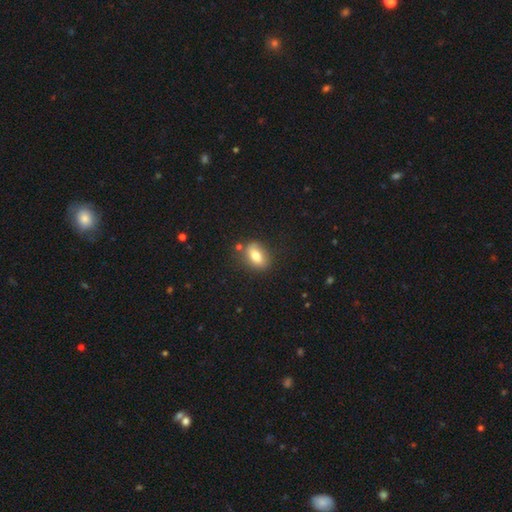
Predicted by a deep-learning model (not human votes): Smooth or featured: smooth — 75% (featured or disk — 16%)
How rounded: in between — 80% (round — 17%)
Merging: none — 72% (minor disturbance — 17%)